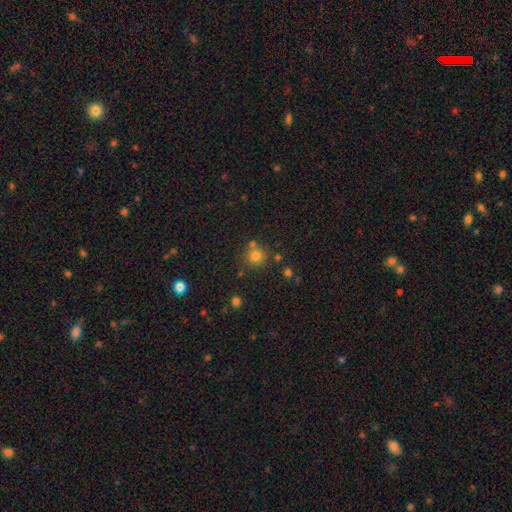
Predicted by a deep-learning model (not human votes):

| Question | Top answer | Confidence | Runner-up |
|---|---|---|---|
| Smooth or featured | smooth | 76% | star or artifact (16%) |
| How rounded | round | 91% | in between (8%) |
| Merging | none | 72% | merger (15%) |